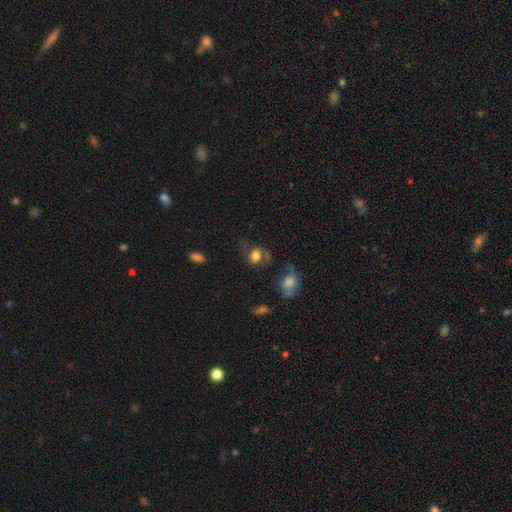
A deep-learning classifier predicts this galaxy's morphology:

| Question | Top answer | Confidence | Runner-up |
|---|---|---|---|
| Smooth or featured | smooth | 65% | featured or disk (24%) |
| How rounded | in between | 61% | round (37%) |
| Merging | none | 46% | minor disturbance (23%) |